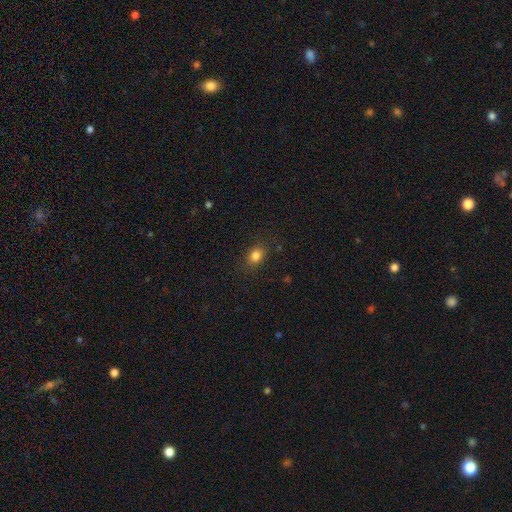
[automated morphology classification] A smooth galaxy with no disk features (82%) that is in between round and cigar-shaped (55%). Merging: none (85%).